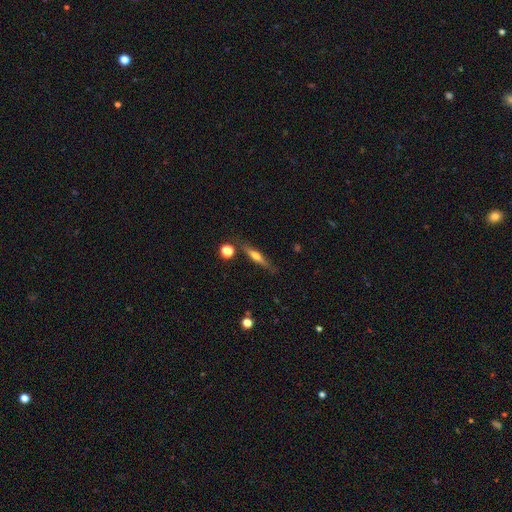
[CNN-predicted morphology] Overall: featured or disk (54%; smooth 38%). Edge-on disk: yes (94%). Edge-on bulge: rounded (84%). Merging: none (80%).